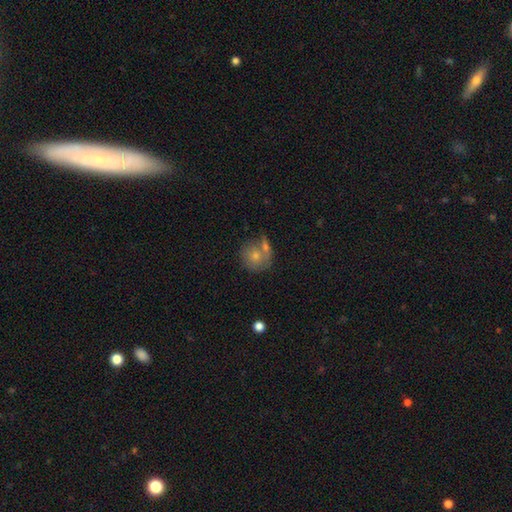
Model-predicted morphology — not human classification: The model was most divided on "merging": none: 58%, merger: 26%, minor disturbance: 12%, major disturbance: 5%. More confident: how rounded — round (89%); smooth or featured — smooth (61%).